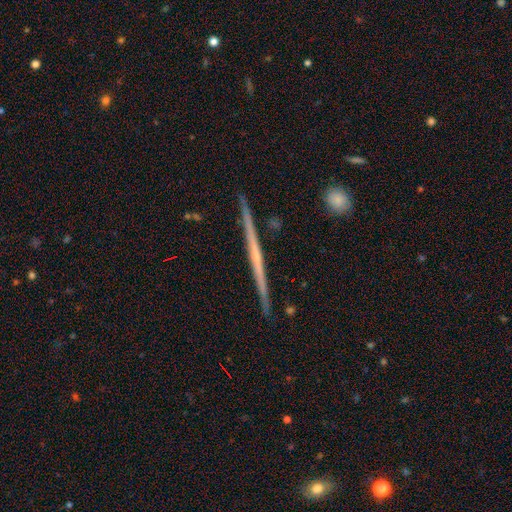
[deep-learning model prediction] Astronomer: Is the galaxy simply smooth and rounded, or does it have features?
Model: featured or disk — 75%.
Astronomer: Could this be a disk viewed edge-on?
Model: yes — 98%.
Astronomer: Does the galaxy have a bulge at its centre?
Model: none — 70%.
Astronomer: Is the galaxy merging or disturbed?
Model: none — 92%.